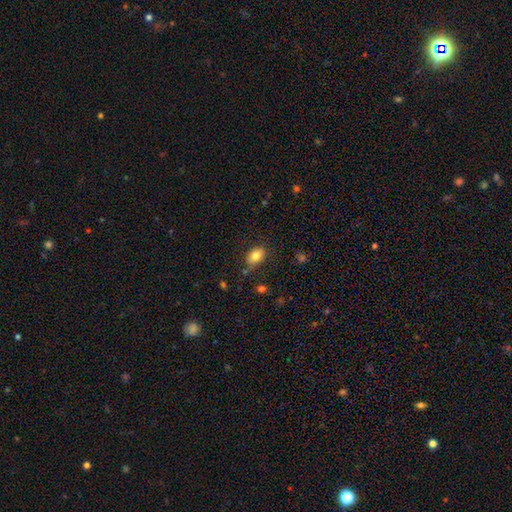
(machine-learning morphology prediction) Smooth or featured: smooth — 81% (featured or disk — 10%)
How rounded: in between — 81% (round — 18%)
Merging: none — 75% (minor disturbance — 18%)